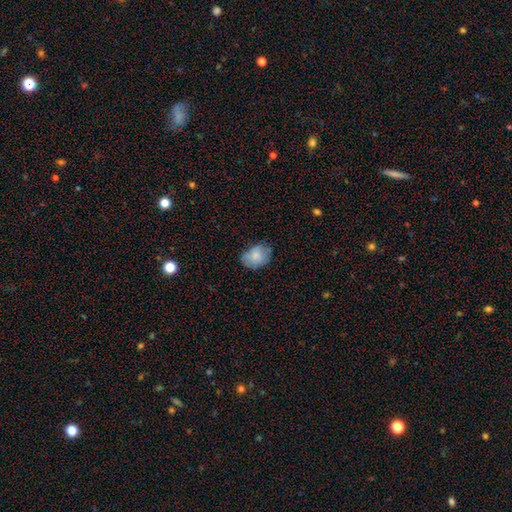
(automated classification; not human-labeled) Smooth or featured?
  - smooth: 80% *
  - featured or disk: 13%
  - star or artifact: 8%
How rounded?
  - in between: 67% *
  - round: 32%
  - cigar-shaped: 1%
Merging?
  - none: 66% *
  - minor disturbance: 27%
  - major disturbance: 6%
  - merger: 1%